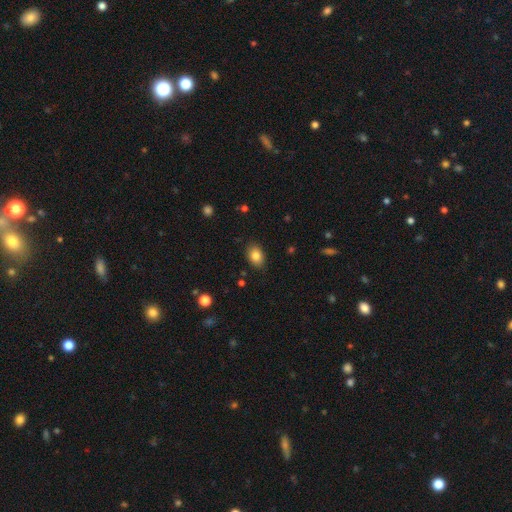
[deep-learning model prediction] Q: Smooth or featured?
A: smooth (84%); runner-up: star or artifact (9%)
Q: How rounded?
A: in between (75%); runner-up: round (24%)
Q: Merging?
A: none (87%); runner-up: minor disturbance (9%)